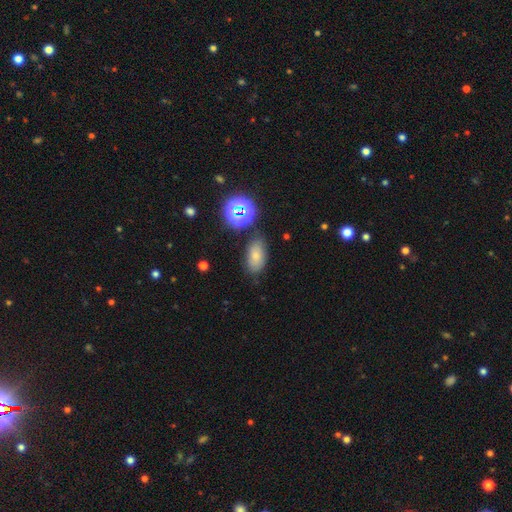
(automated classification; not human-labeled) Smooth or featured? Predicted: smooth (p=0.69). How rounded? Predicted: in between (p=0.89). Merging? Predicted: none (p=0.74).